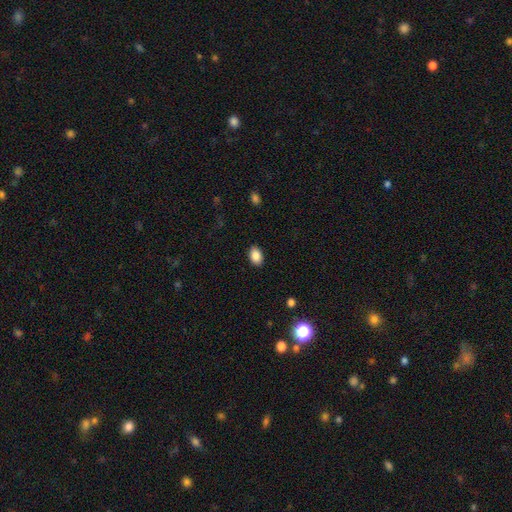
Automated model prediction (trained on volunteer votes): A smooth galaxy with no disk features (87%) that is in between round and cigar-shaped (87%).

Vote fractions:
- Smooth or featured? smooth: 87% / star or artifact: 8% / featured or disk: 5%
- How rounded? in between: 87% / round: 12% / cigar-shaped: 1%
- Merging? none: 89% / minor disturbance: 8% / major disturbance: 2% / merger: 1%